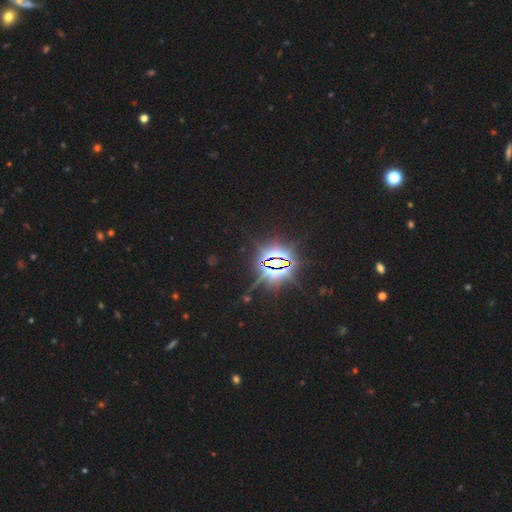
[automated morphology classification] Q: Smooth or featured?
A: star or artifact (86%); runner-up: smooth (8%)